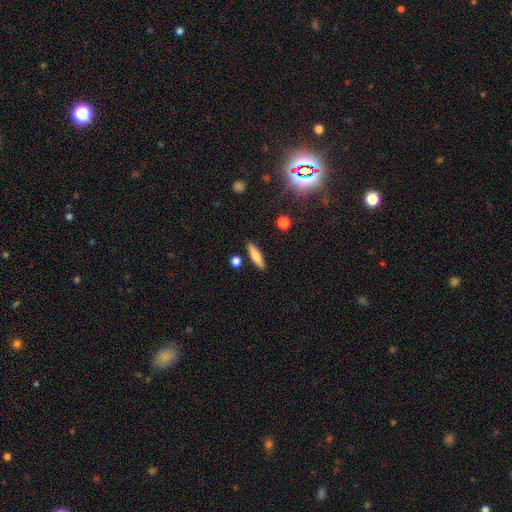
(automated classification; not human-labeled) This appears to be a smooth galaxy with no disk features (72%) that is cigar-shaped (73%). Merging: none (87%).